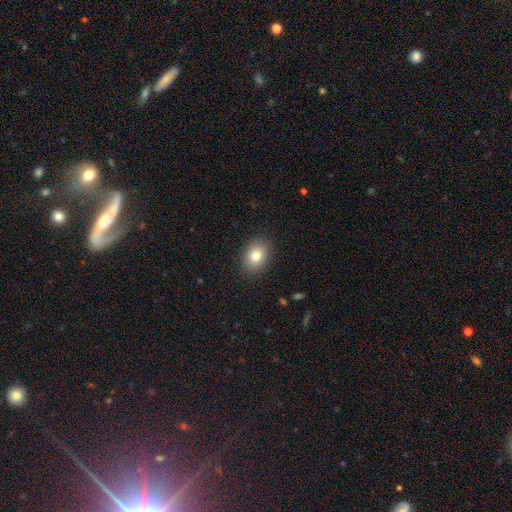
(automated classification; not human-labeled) Overall: smooth (81%). How rounded: in between (67%; round 32%). Merging: none (89%).